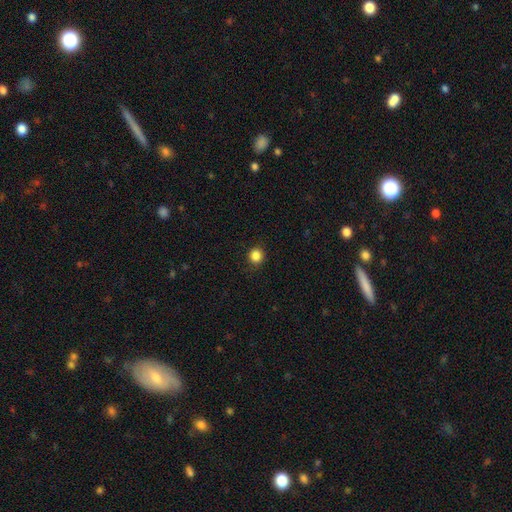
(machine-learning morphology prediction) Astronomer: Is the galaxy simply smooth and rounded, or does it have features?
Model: smooth — 85%.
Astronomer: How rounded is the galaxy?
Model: round — 91%.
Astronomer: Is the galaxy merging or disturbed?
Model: none — 89%.